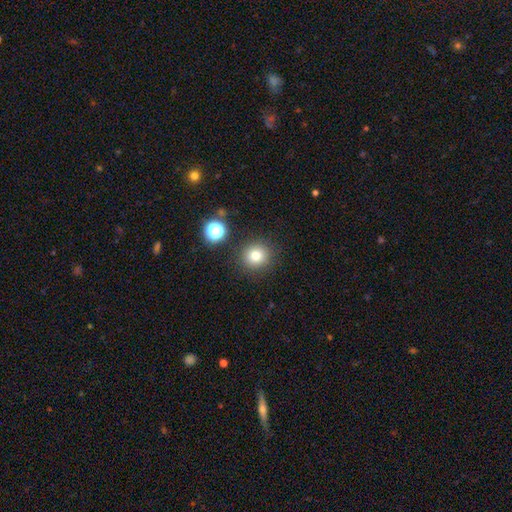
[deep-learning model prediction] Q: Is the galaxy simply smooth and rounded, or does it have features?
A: smooth — 78%.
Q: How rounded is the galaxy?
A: round — 92%.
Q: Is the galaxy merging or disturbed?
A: none — 87%.